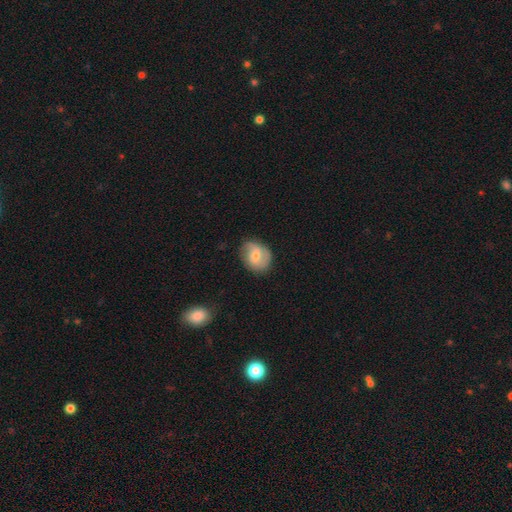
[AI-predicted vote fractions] featured or disk 47%, smooth 46%, star or artifact 7%. Down the decision tree: merging — none (72%).